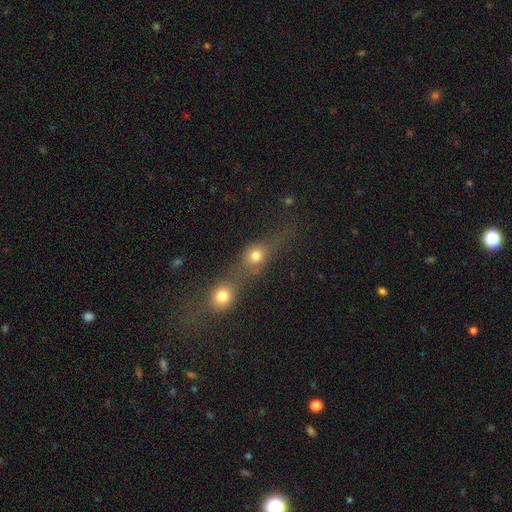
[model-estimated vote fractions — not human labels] Smooth or featured: smooth — 73% (star or artifact — 14%)
How rounded: round — 74% (in between — 21%)
Merging: merger — 62% (none — 27%)